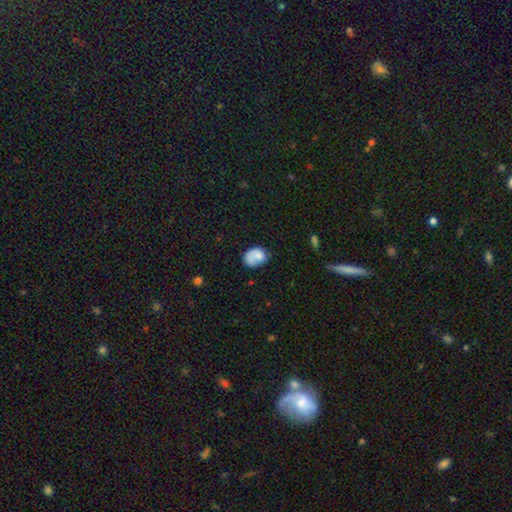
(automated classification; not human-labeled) Smooth or featured?
  - smooth: 71% *
  - featured or disk: 22%
  - star or artifact: 8%
How rounded?
  - in between: 56% *
  - round: 43%
  - cigar-shaped: 1%
Merging?
  - none: 48% *
  - minor disturbance: 27%
  - major disturbance: 17%
  - merger: 8%